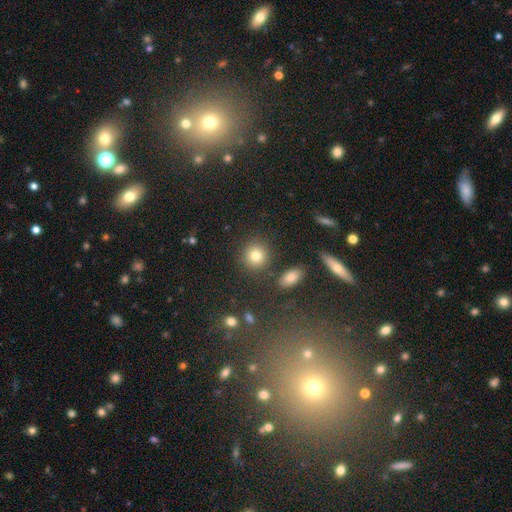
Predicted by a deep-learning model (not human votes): smooth-or-featured: smooth: 79% | star or artifact: 13% | featured or disk: 8%
  how-rounded: round: 87% | in between: 12% | cigar-shaped: 1%
  merging: none: 84% | minor disturbance: 8% | merger: 5% | major disturbance: 4%